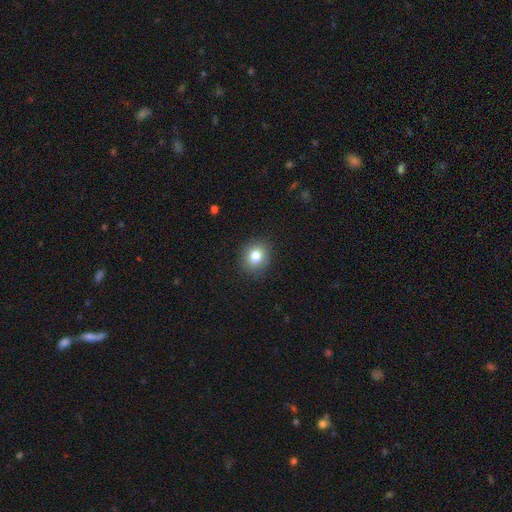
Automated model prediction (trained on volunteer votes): Smooth or featured? smooth (80%)
How rounded? round (72%)
Merging? none (88%)